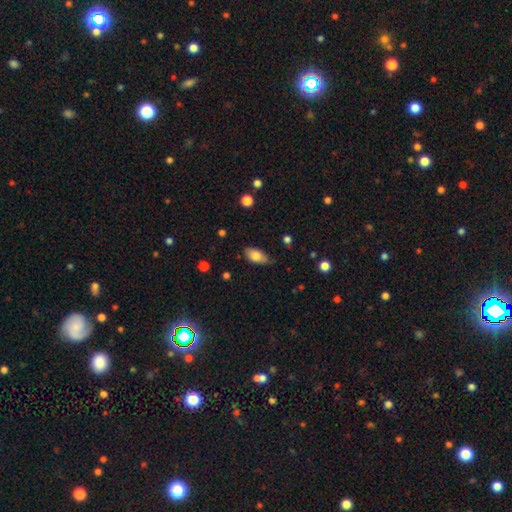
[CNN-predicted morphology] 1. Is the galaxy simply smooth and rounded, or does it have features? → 80% smooth, 13% featured or disk, 7% star or artifact.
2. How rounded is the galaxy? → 91% in between, 5% cigar-shaped, 4% round.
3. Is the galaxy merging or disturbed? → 73% none, 22% minor disturbance, 4% major disturbance, 1% merger.